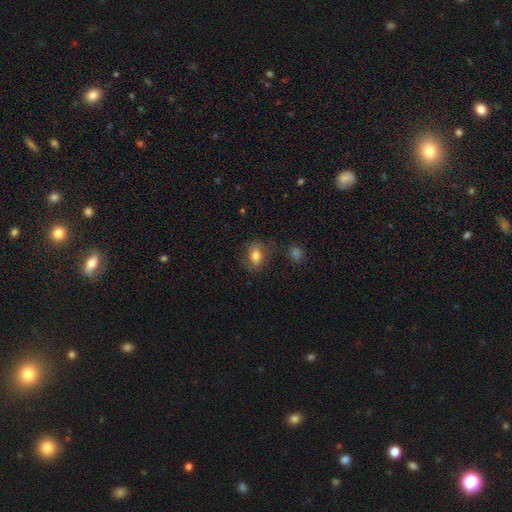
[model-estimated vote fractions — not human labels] smooth 77%, featured or disk 14%, star or artifact 10%. Down the decision tree: how rounded — in between (67%); merging — none (75%).